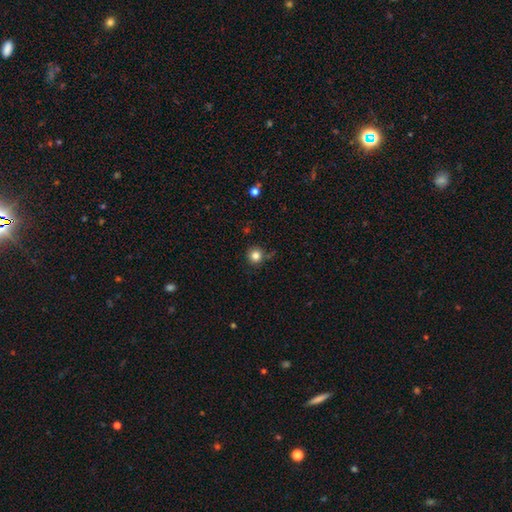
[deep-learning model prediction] This is clearly a smooth galaxy (83%). How rounded: clearly round (94%). Merging: clearly none (83%).